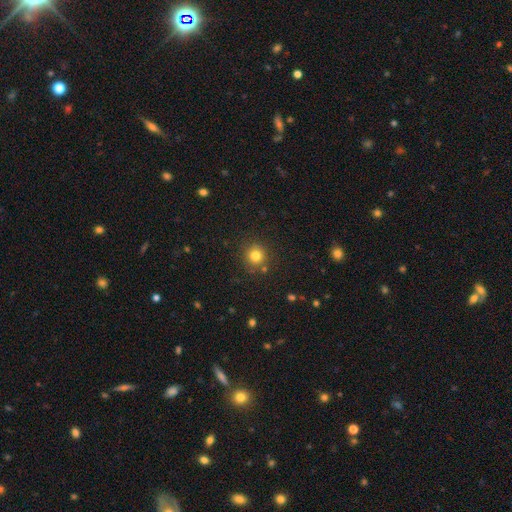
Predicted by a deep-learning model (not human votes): This is likely a smooth galaxy (80%). How rounded: clearly round (92%). Merging: clearly none (84%).